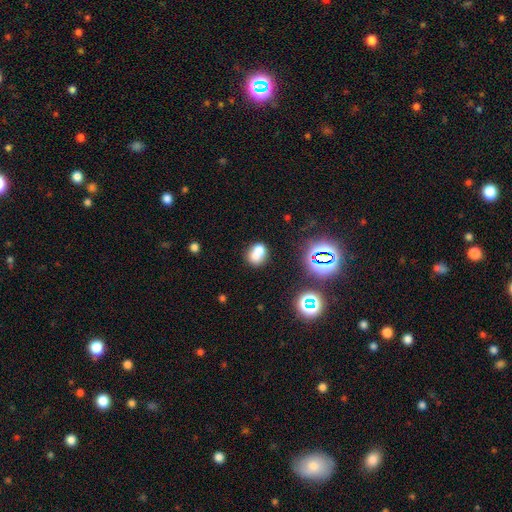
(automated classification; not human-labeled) Smooth or featured: smooth — 63% (featured or disk — 21%)
How rounded: round — 59% (in between — 39%)
Merging: merger — 53% (none — 33%)